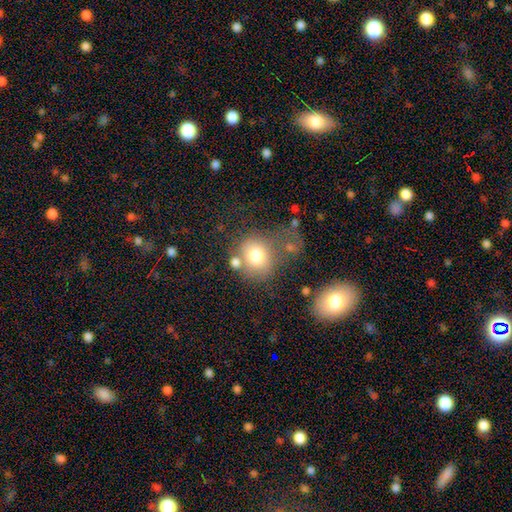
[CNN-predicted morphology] This appears to be a smooth galaxy with no disk features (74%) that is round (80%). Merging: none (46%).